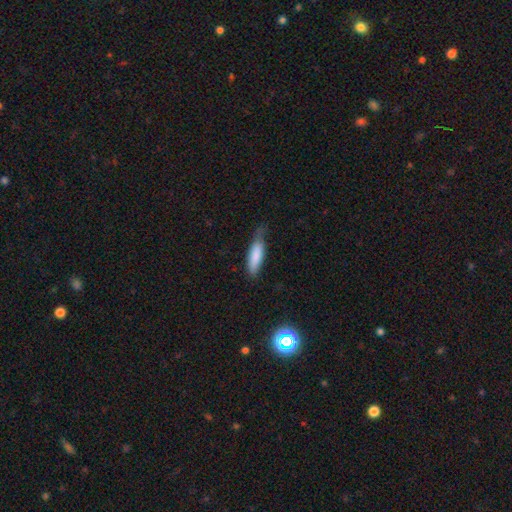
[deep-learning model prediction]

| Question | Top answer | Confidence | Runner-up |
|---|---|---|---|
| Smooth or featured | smooth | 83% | featured or disk (11%) |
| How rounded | cigar-shaped | 54% | in between (44%) |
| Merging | none | 46% | minor disturbance (40%) |